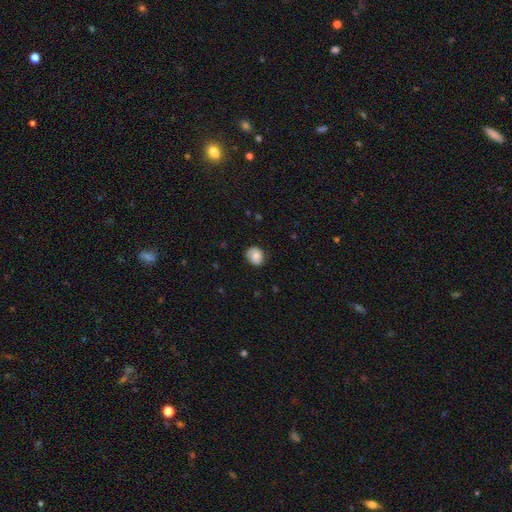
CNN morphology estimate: Smooth or featured? smooth (69%)
How rounded? round (62%)
Merging? none (71%)